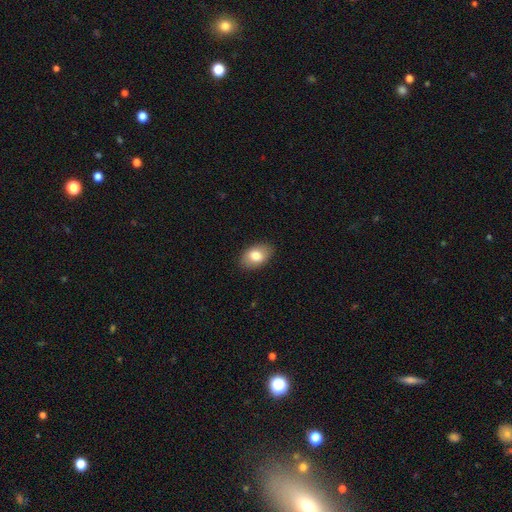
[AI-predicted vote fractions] A smooth galaxy with no disk features (80%) that is in between round and cigar-shaped (89%). Merging: none (87%).